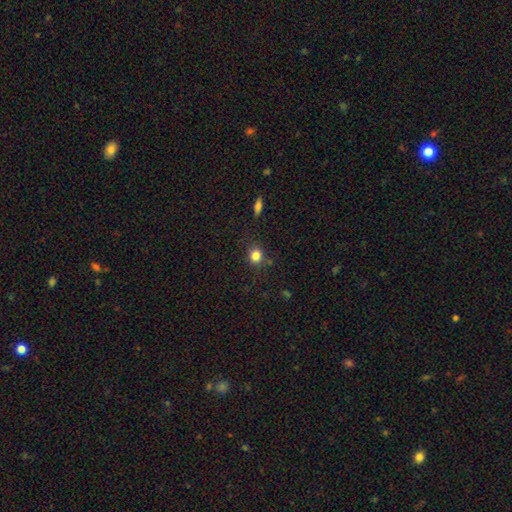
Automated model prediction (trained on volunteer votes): Morphology: type=smooth (83%); roundness=round (79%); merging=none (81%).